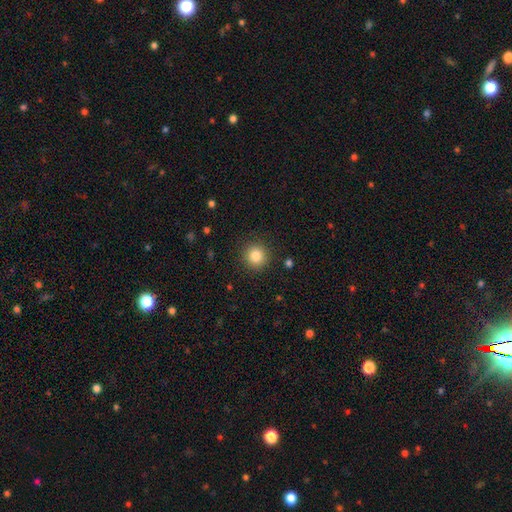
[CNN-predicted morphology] A smooth galaxy with no disk features (84%) that is round (93%). Merging: none (90%).